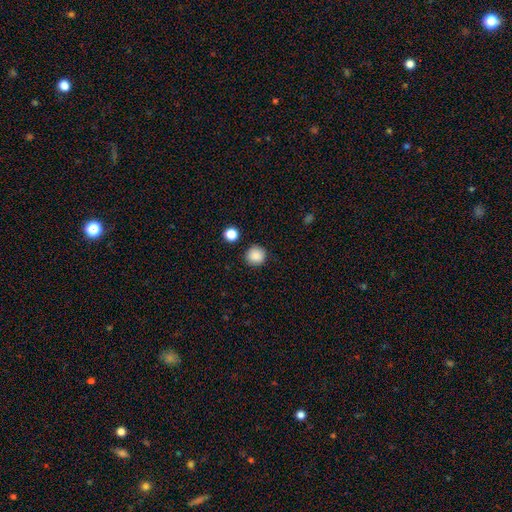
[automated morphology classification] A smooth galaxy with no disk features (87%) that is round (94%). Merging: none (89%).